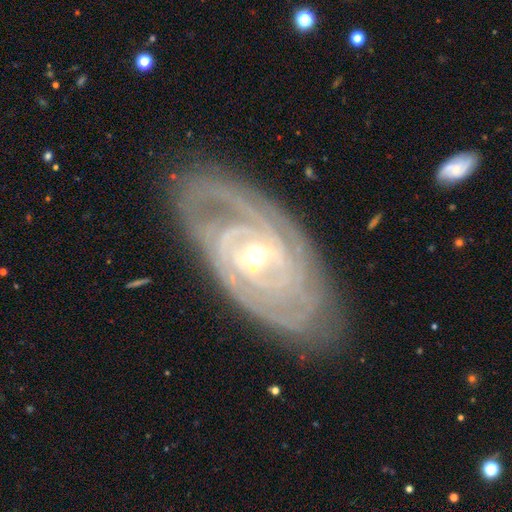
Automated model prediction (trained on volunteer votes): This appears to be a featured or disk galaxy (89%) with no bar (48%), 2 (31%) tight (77%) spiral arms (97%) and a small central bulge (62%). Merging: none (80%).